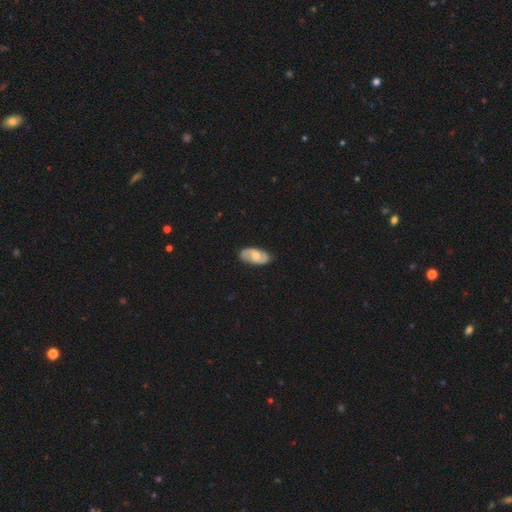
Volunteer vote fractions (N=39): Morphology: type=featured or disk (74%); edge-on=no (86%); bar=no (72%); spiral arms=yes (56%); winding=tight (50%); arm count=2 (93%); bulge=moderate (72%); merging=none (82%).